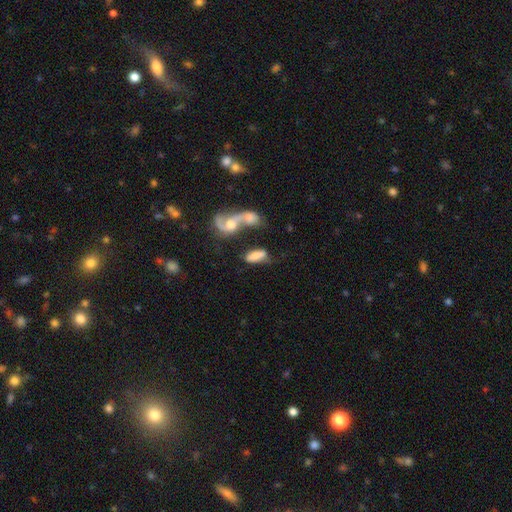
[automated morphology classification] Smooth or featured: smooth — 62% (featured or disk — 29%)
How rounded: in between — 77% (cigar-shaped — 19%)
Merging: merger — 52% (none — 23%)